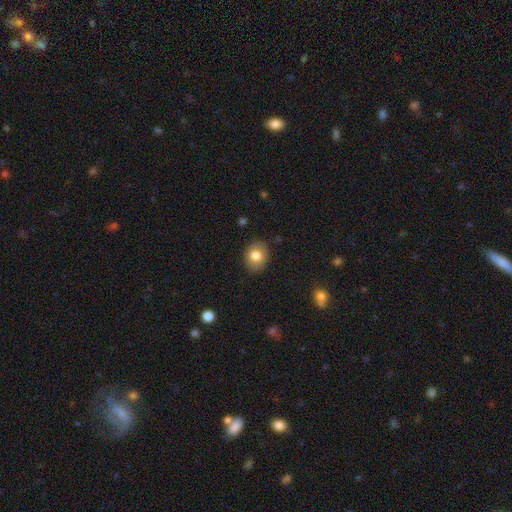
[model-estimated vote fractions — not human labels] A smooth galaxy with no disk features (80%) that is round (55%).

Vote fractions:
- Smooth or featured? smooth: 80% / featured or disk: 11% / star or artifact: 9%
- How rounded? round: 55% / in between: 44% / cigar-shaped: 1%
- Merging? none: 87% / minor disturbance: 10% / major disturbance: 2% / merger: 1%